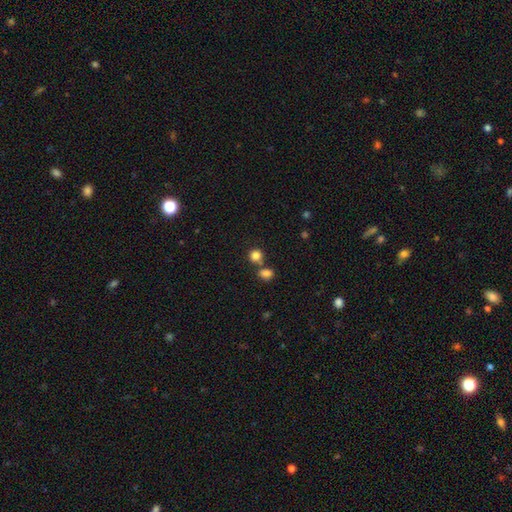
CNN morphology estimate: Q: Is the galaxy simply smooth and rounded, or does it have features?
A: smooth — 83%.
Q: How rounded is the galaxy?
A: round — 83%.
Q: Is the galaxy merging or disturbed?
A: none — 58%.